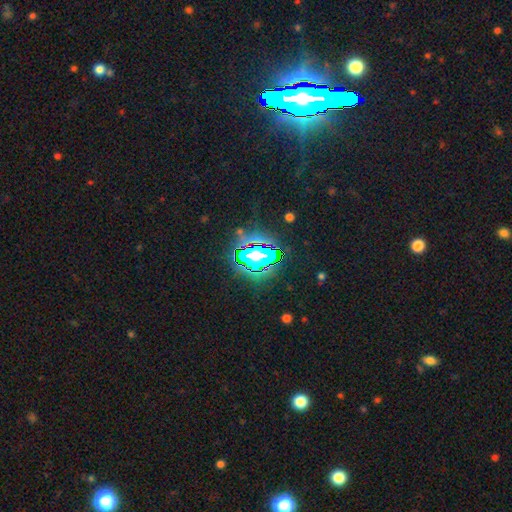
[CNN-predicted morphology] Overall: star or artifact (63%).